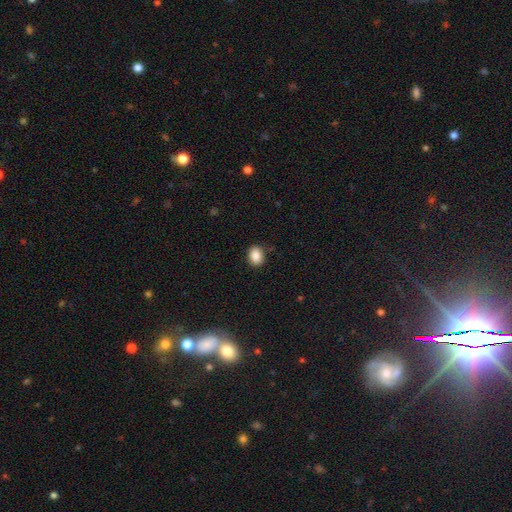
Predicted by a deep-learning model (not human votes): smooth 88%, star or artifact 9%, featured or disk 4%. Down the decision tree: how rounded — in between (62%); merging — none (88%).